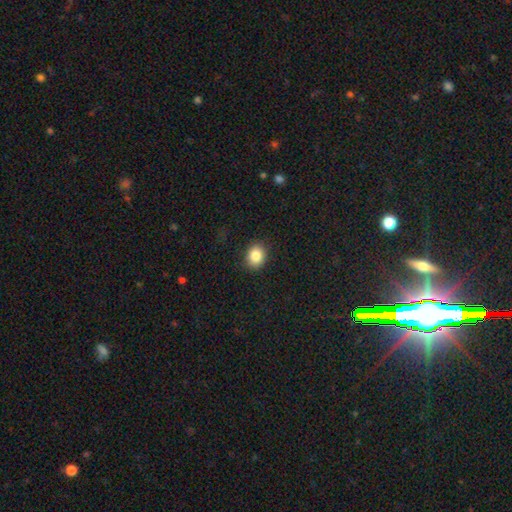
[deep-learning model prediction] This appears to be a smooth galaxy with no disk features (85%) that is round (53%). Merging: none (86%).